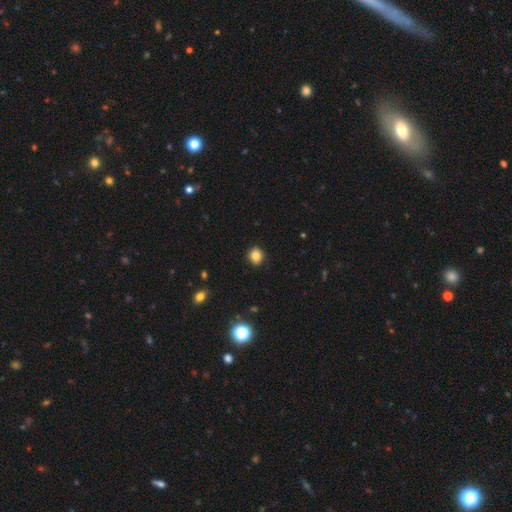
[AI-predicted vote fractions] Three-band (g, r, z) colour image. It shows a smooth galaxy with no disk features (84%) that is round (76%). Merging: none (88%).